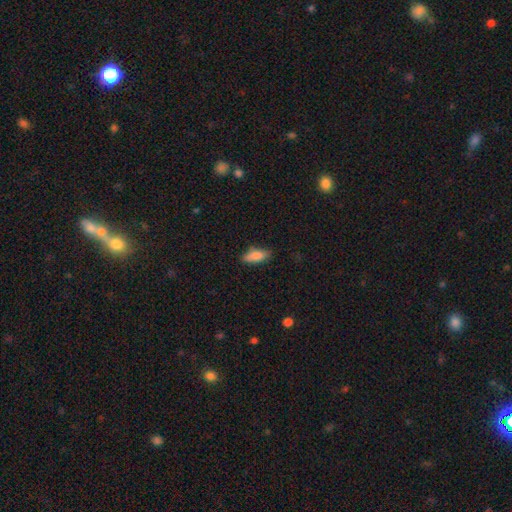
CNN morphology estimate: This is clearly a smooth galaxy (84%). How rounded: likely in between (75%). Merging: likely none (80%).